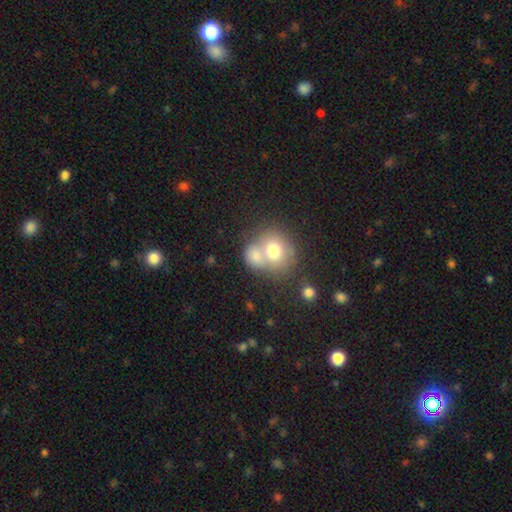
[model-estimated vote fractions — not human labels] This is likely a smooth galaxy (71%). How rounded: likely round (68%). Merging: possibly merger (60%).